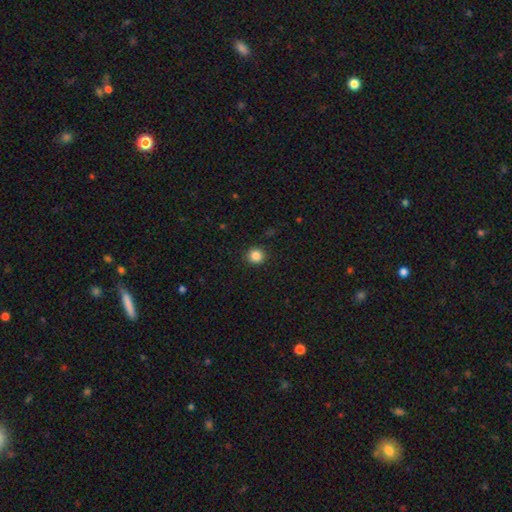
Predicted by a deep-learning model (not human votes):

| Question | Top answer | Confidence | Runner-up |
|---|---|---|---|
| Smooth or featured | smooth | 86% | star or artifact (11%) |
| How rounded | round | 93% | in between (6%) |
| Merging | none | 92% | minor disturbance (5%) |